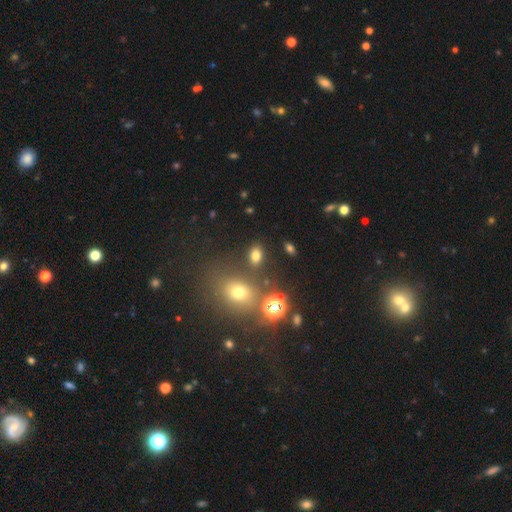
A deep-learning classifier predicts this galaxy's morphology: smooth-or-featured: smooth: 73% | star or artifact: 19% | featured or disk: 8%
  how-rounded: in between: 73% | round: 25% | cigar-shaped: 2%
  merging: none: 78% | minor disturbance: 10% | merger: 8% | major disturbance: 4%